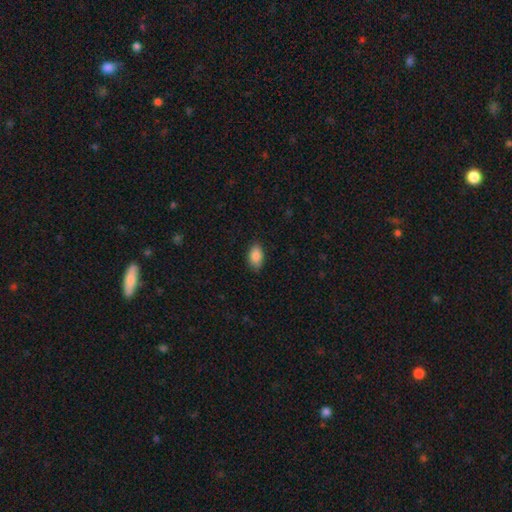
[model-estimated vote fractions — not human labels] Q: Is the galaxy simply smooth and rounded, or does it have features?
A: smooth — 88%.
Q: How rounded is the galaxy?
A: in between — 92%.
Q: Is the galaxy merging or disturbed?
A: none — 84%.